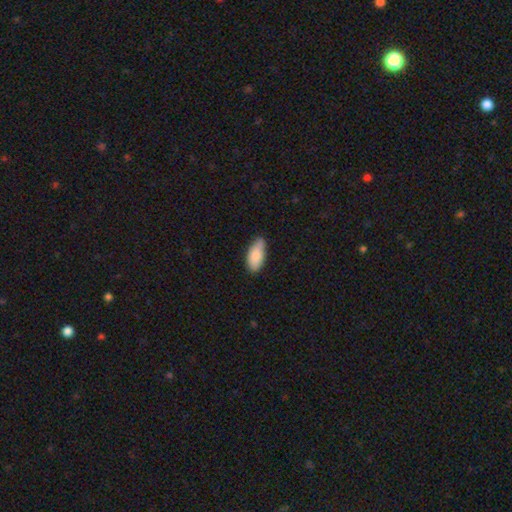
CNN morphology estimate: smooth-or-featured: smooth: 86% | featured or disk: 8% | star or artifact: 6%
  how-rounded: in between: 87% | cigar-shaped: 11% | round: 2%
  merging: none: 73% | minor disturbance: 22% | major disturbance: 3% | merger: 1%